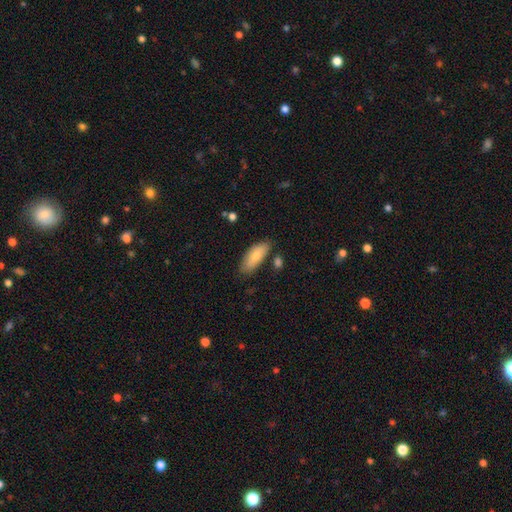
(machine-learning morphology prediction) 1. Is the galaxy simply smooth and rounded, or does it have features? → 78% smooth, 16% featured or disk, 6% star or artifact.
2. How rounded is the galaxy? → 81% in between, 17% cigar-shaped, 2% round.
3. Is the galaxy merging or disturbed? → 73% none, 19% minor disturbance, 5% merger, 4% major disturbance.